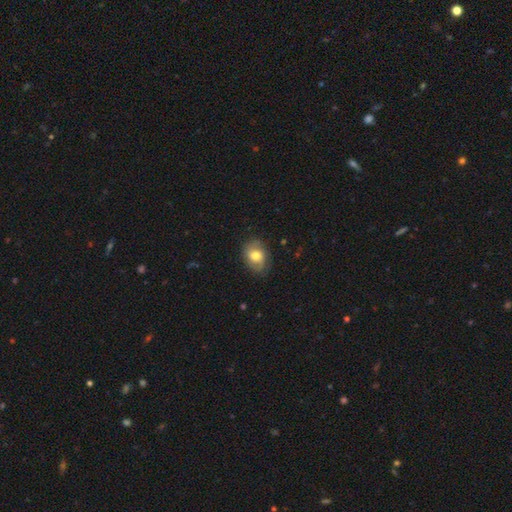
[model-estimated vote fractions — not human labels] A smooth galaxy with no disk features (66%) that is in between round and cigar-shaped (63%).

Vote fractions:
- Smooth or featured? smooth: 66% / featured or disk: 26% / star or artifact: 8%
- How rounded? in between: 63% / round: 36% / cigar-shaped: 1%
- Merging? none: 77% / minor disturbance: 17% / major disturbance: 4% / merger: 1%